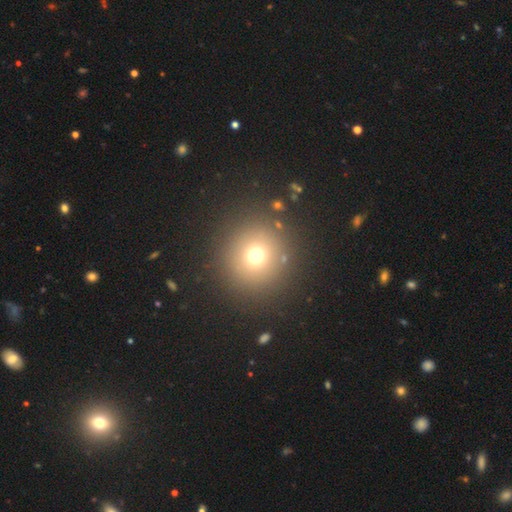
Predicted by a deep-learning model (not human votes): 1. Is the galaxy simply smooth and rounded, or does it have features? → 68% smooth, 21% star or artifact, 10% featured or disk.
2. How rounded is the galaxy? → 93% round, 6% in between, 1% cigar-shaped.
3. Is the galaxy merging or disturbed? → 86% none, 7% minor disturbance, 5% major disturbance, 3% merger.